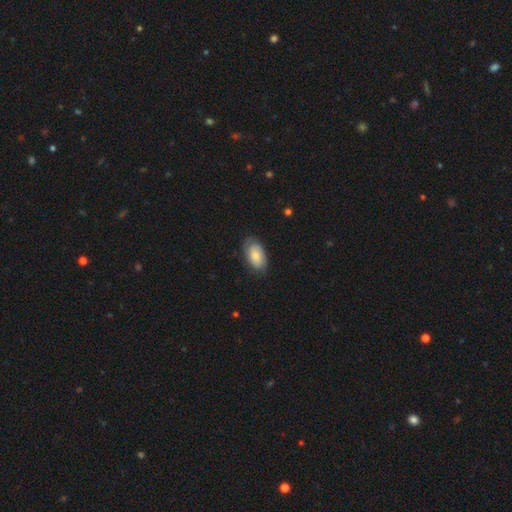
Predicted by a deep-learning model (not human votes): A smooth galaxy with no disk features (63%) that is in between round and cigar-shaped (93%).

Vote fractions:
- Smooth or featured? smooth: 63% / featured or disk: 30% / star or artifact: 7%
- How rounded? in between: 93% / round: 5% / cigar-shaped: 2%
- Merging? none: 71% / minor disturbance: 22% / major disturbance: 6% / merger: 1%